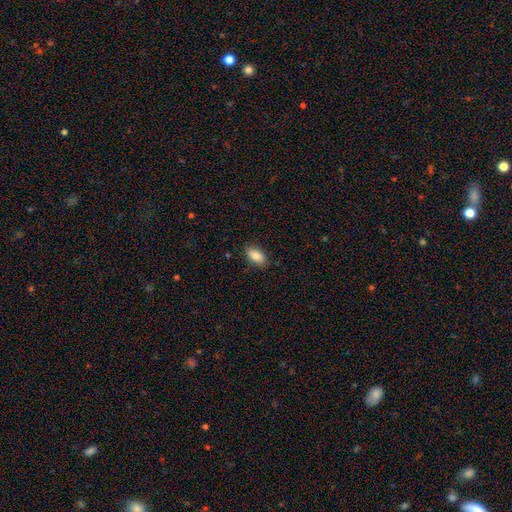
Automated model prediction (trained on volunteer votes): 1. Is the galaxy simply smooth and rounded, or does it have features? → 85% smooth, 8% featured or disk, 7% star or artifact.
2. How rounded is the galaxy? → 92% in between, 5% round, 3% cigar-shaped.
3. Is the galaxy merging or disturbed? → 84% none, 12% minor disturbance, 3% major disturbance, 1% merger.